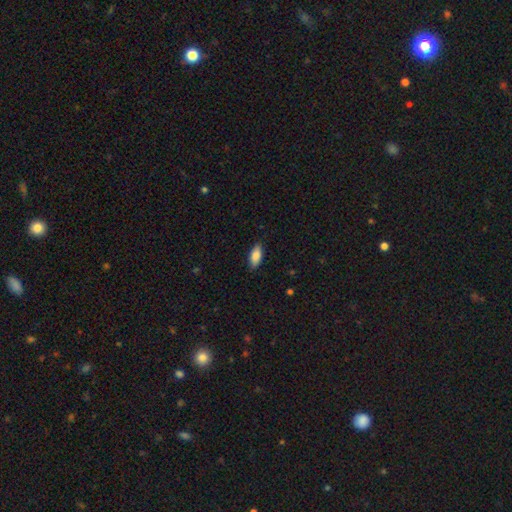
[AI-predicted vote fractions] Q: Smooth or featured?
A: smooth (83%); runner-up: featured or disk (11%)
Q: How rounded?
A: in between (83%); runner-up: cigar-shaped (14%)
Q: Merging?
A: none (87%); runner-up: minor disturbance (10%)